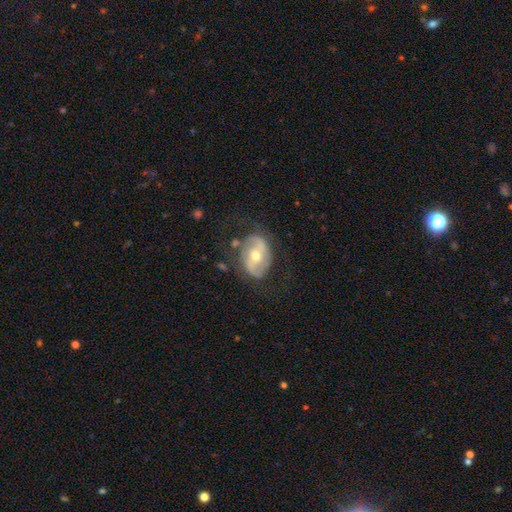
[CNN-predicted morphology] smooth_or_featured: featured or disk (p=0.75) [alt: smooth p=0.19]
disk_edge_on: no (p=0.96) [alt: yes p=0.04]
bar: weak (p=0.39) [alt: no p=0.31]
has_spiral_arms: yes (p=0.78) [alt: no p=0.22]
spiral_winding: medium (p=0.42) [alt: loose p=0.38]
spiral_arm_count: 2 (p=0.85) [alt: can't tell p=0.09]
bulge_size: moderate (p=0.66) [alt: small p=0.29]
merging: none (p=0.69) [alt: minor disturbance p=0.18]